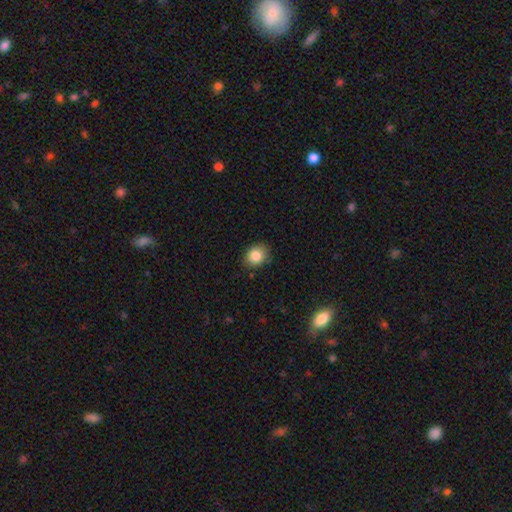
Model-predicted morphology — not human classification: Overall: smooth (85%). How rounded: in between (50%; round 49%). Merging: none (81%).